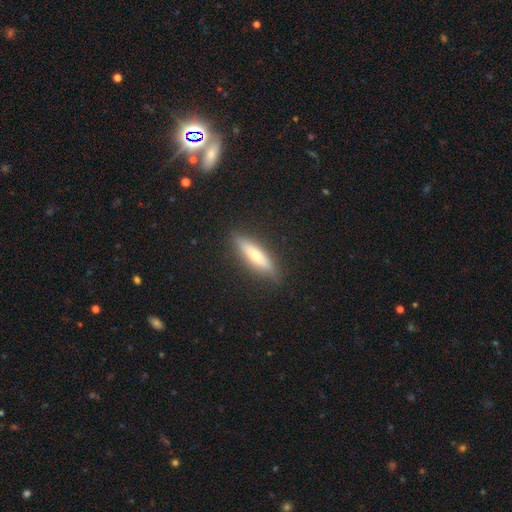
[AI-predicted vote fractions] smooth_or_featured: smooth (p=0.58) [alt: featured or disk p=0.36]
how_rounded: cigar-shaped (p=0.69) [alt: in between p=0.29]
merging: none (p=0.86) [alt: minor disturbance p=0.10]